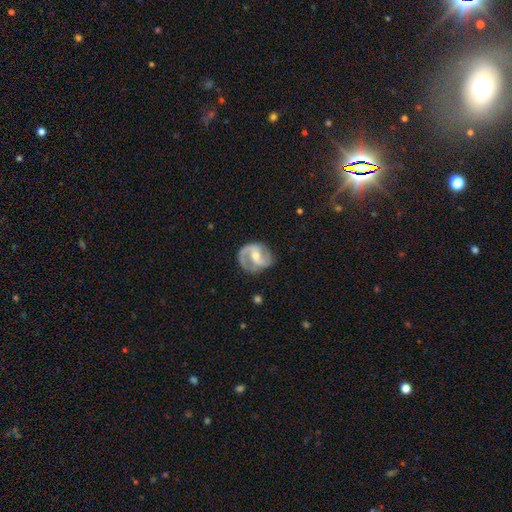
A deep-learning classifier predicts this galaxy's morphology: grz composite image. It shows a featured or disk galaxy (81%) with a weak bar (44%), 2 (81%) medium (49%) spiral arms (92%) and a moderate central bulge (59%). Merging: none (71%).